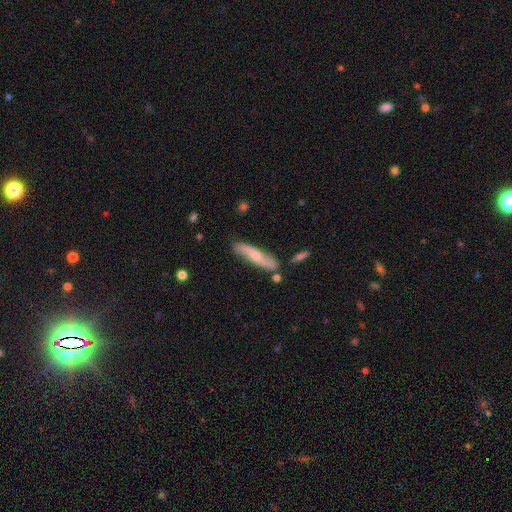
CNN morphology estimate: A featured or disk galaxy (52%). Merging: none (76%).